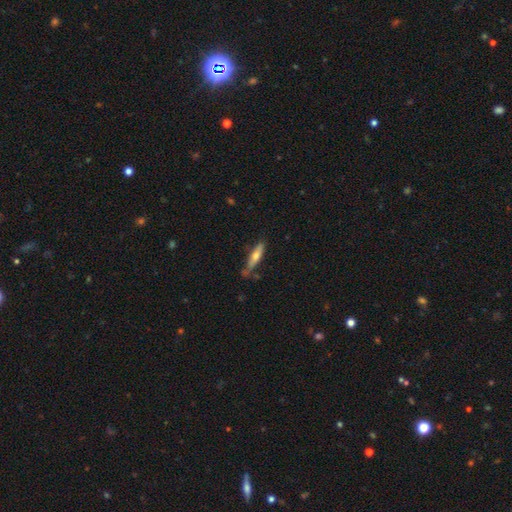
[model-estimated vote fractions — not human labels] This appears to be a smooth galaxy with no disk features (55%) that is cigar-shaped (78%). Merging: none (65%).